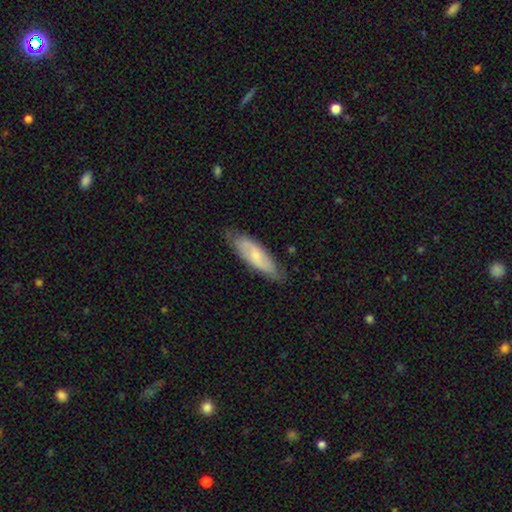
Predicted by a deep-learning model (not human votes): The model was most divided on "how rounded": in between: 50%, cigar-shaped: 48%, round: 2%. More confident: merging — none (78%); smooth or featured — smooth (51%).